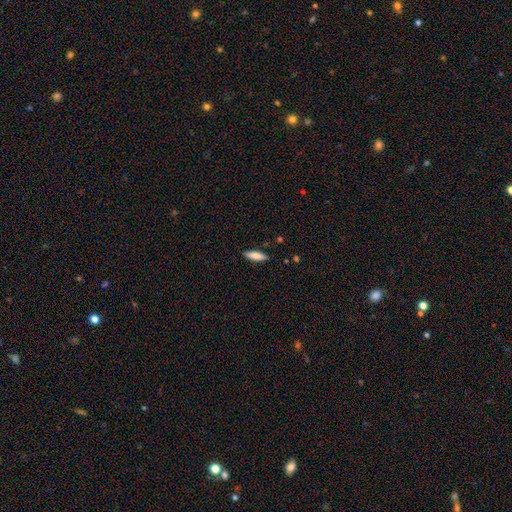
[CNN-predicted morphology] A smooth galaxy with no disk features (82%) that is cigar-shaped (59%). Merging: none (88%).